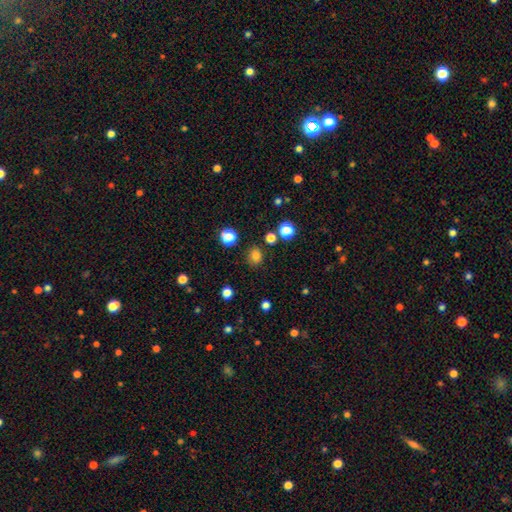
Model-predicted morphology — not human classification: Q: Smooth or featured?
A: smooth (80%); runner-up: star or artifact (15%)
Q: How rounded?
A: round (71%); runner-up: in between (28%)
Q: Merging?
A: none (85%); runner-up: minor disturbance (9%)